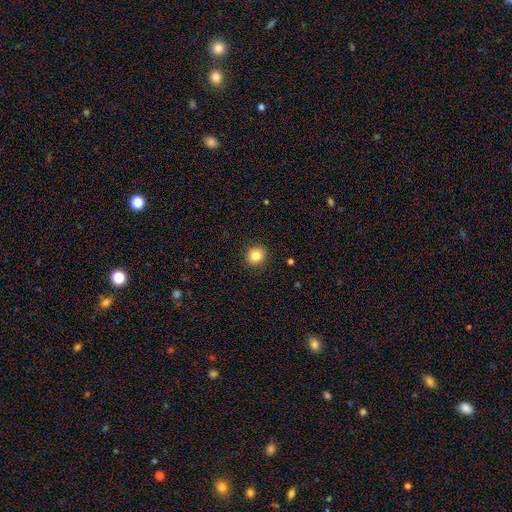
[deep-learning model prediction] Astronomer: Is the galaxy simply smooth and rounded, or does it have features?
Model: smooth — 84%.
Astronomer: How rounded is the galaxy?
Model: round — 85%.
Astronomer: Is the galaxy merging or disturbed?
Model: none — 92%.